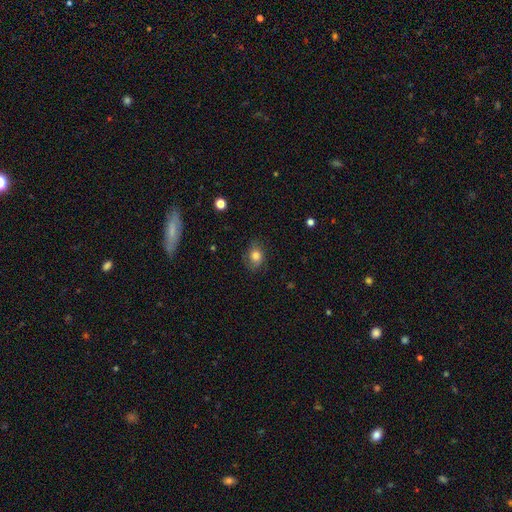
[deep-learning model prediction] Smooth or featured?
  - smooth: 78% *
  - featured or disk: 12%
  - star or artifact: 10%
How rounded?
  - in between: 56% *
  - round: 43%
  - cigar-shaped: 1%
Merging?
  - none: 73% *
  - minor disturbance: 20%
  - major disturbance: 6%
  - merger: 1%